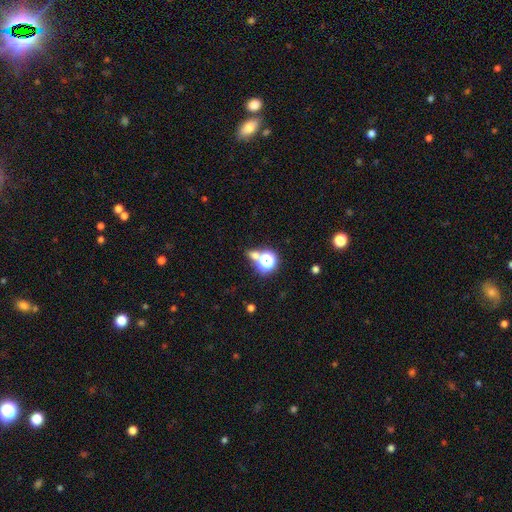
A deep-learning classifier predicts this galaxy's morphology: A smooth galaxy with no disk features (46%).

Vote fractions:
- Smooth or featured? smooth: 46% / star or artifact: 45% / featured or disk: 9%
- Merging? none: 61% / merger: 25% / minor disturbance: 9% / major disturbance: 5%